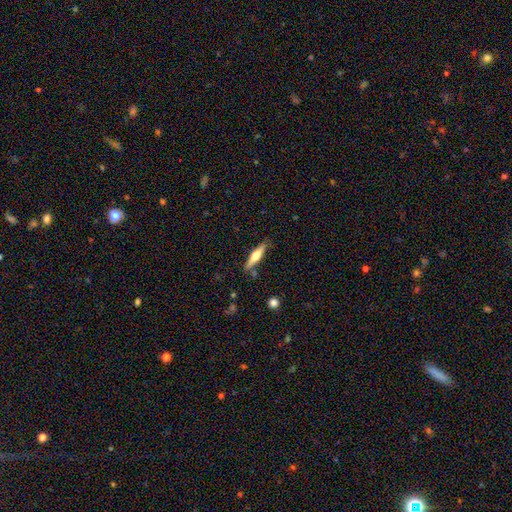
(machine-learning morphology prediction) The model was most divided on "smooth or featured": featured or disk: 52%, smooth: 42%, star or artifact: 6%. More confident: edge-on disk — yes (94%); merging — none (83%).